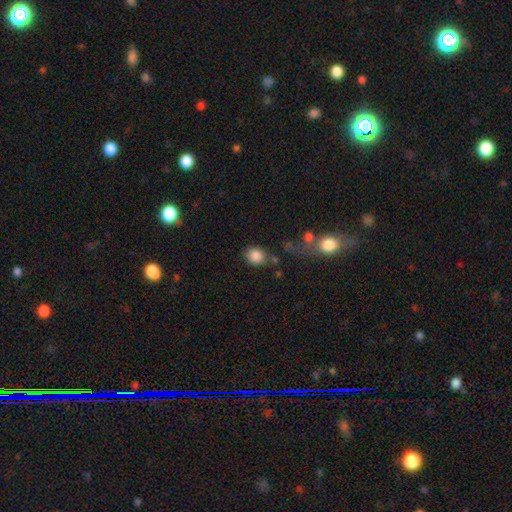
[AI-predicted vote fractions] smooth_or_featured: smooth (p=0.86) [alt: star or artifact p=0.08]
how_rounded: round (p=0.60) [alt: in between p=0.39]
merging: none (p=0.71) [alt: minor disturbance p=0.14]